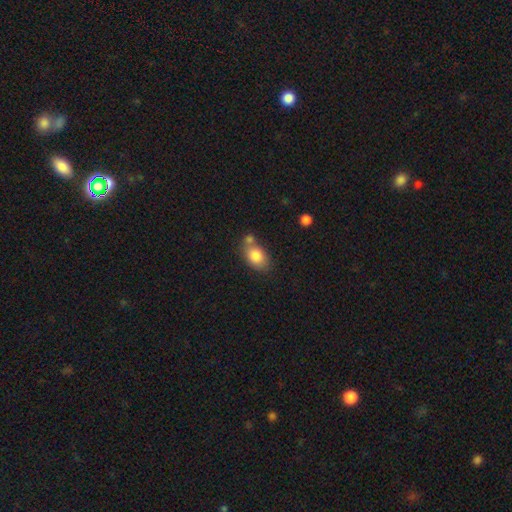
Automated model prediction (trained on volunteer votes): Smooth or featured: smooth — 82% (featured or disk — 10%)
How rounded: in between — 78% (round — 20%)
Merging: none — 52% (merger — 28%)